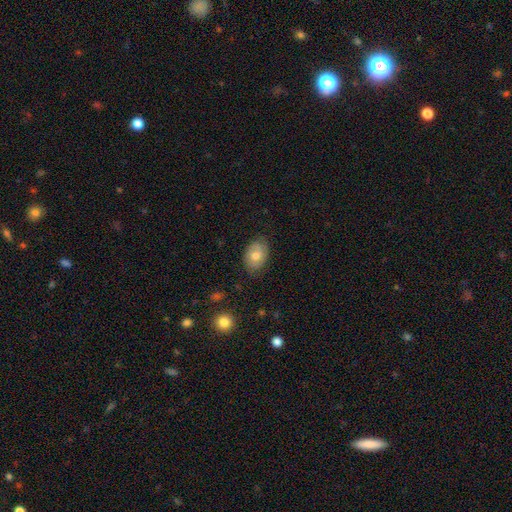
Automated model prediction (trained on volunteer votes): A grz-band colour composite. It shows a smooth galaxy with no disk features (61%) that is in between round and cigar-shaped (80%). Merging: none (75%).